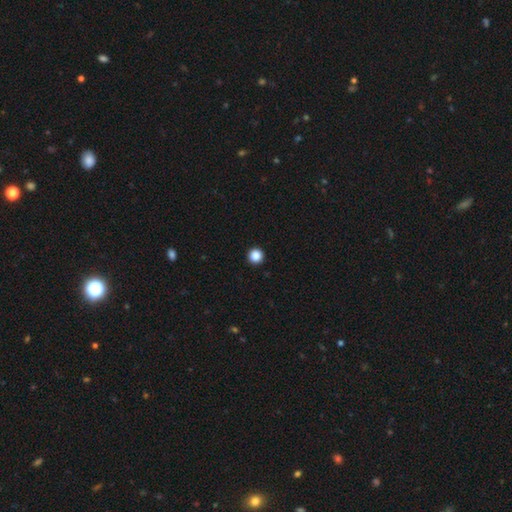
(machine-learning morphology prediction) type=smooth (86%); roundness=round (97%); merging=none (94%).